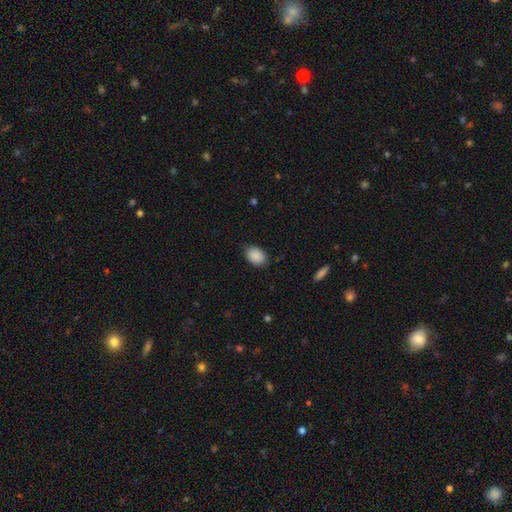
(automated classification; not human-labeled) Q: Smooth or featured?
A: smooth (89%); runner-up: star or artifact (7%)
Q: How rounded?
A: in between (78%); runner-up: round (21%)
Q: Merging?
A: none (79%); runner-up: minor disturbance (17%)